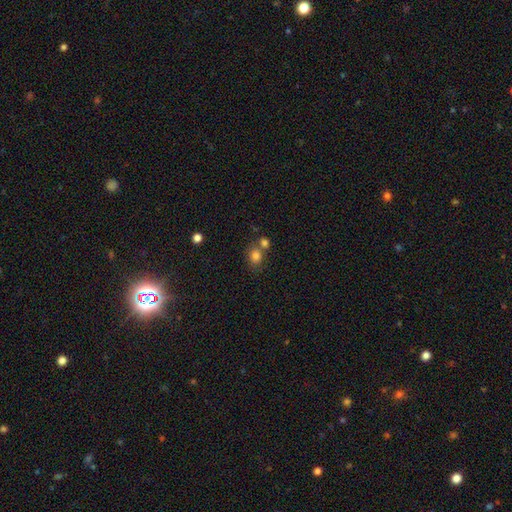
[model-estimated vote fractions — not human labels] Smooth or featured?
  - smooth: 80% *
  - star or artifact: 12%
  - featured or disk: 8%
How rounded?
  - round: 61% *
  - in between: 38%
  - cigar-shaped: 1%
Merging?
  - none: 52% *
  - merger: 34%
  - minor disturbance: 10%
  - major disturbance: 4%